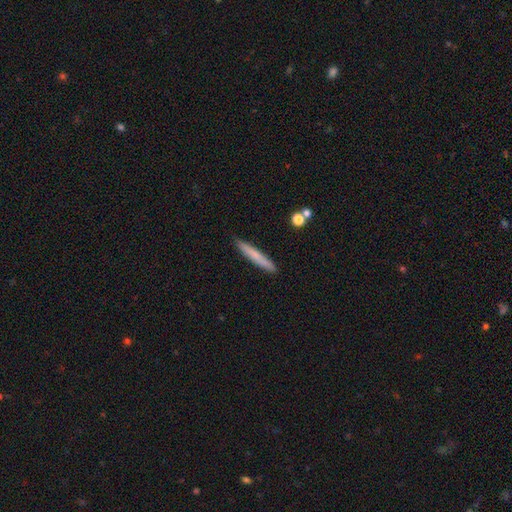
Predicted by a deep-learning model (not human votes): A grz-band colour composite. It shows a smooth galaxy with no disk features (70%) that is cigar-shaped (95%). Merging: none (90%).